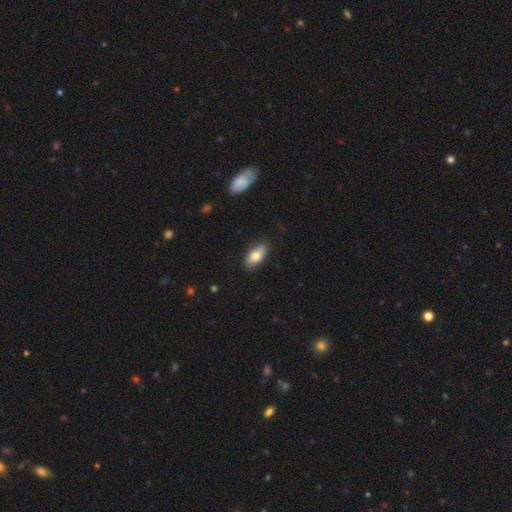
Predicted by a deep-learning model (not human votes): This appears to be a smooth galaxy with no disk features (80%) that is in between round and cigar-shaped (88%). Merging: none (83%).